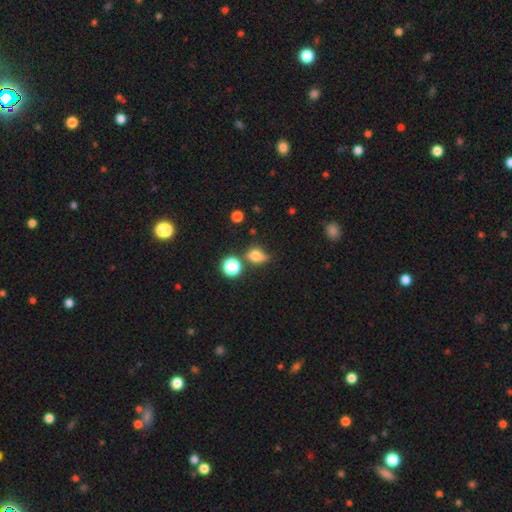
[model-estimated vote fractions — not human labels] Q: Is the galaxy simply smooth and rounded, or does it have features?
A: smooth — 74%.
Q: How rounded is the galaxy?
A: in between — 55%.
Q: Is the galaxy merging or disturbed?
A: none — 53%.